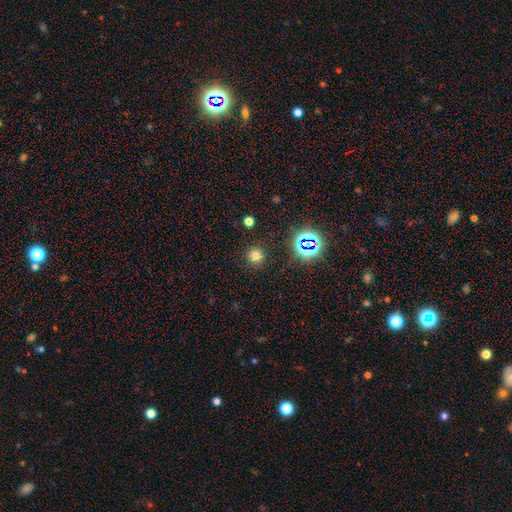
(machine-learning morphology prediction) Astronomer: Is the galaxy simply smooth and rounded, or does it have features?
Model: smooth — 71%.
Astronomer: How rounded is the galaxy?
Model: round — 94%.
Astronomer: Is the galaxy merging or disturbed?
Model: none — 88%.